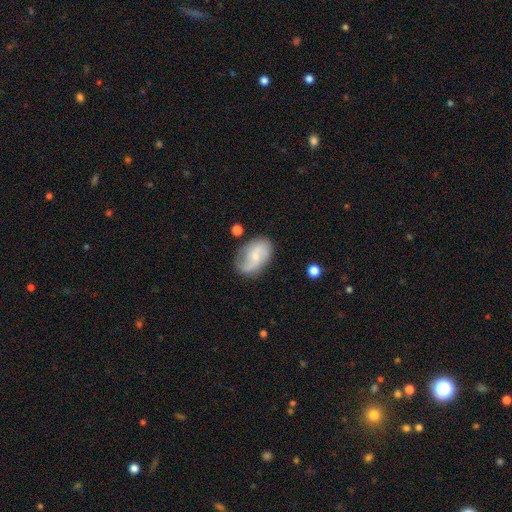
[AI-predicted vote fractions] Q: Smooth or featured?
A: featured or disk (65%); runner-up: smooth (28%)
Q: Edge-on disk?
A: no (97%); runner-up: yes (3%)
Q: Bar?
A: no (46%); runner-up: weak (45%)
Q: Spiral arms?
A: yes (92%); runner-up: no (8%)
Q: Spiral winding?
A: loose (57%); runner-up: medium (32%)
Q: Spiral arm count?
A: 2 (82%); runner-up: can't tell (8%)
Q: Bulge size?
A: small (59%); runner-up: moderate (26%)
Q: Merging?
A: none (71%); runner-up: minor disturbance (19%)